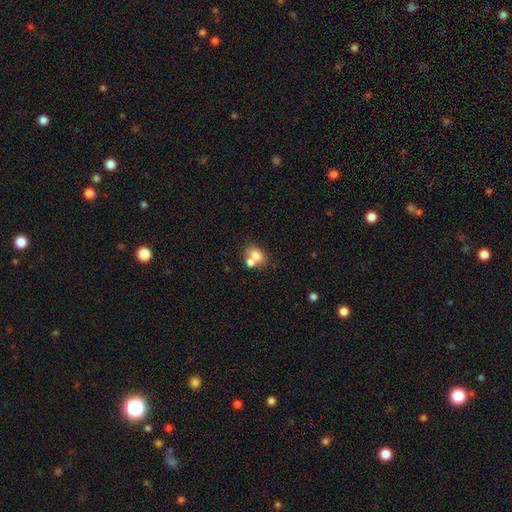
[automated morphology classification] Smooth or featured? Predicted: smooth (p=0.75). How rounded? Predicted: in between (p=0.63). Merging? Predicted: none (p=0.45).